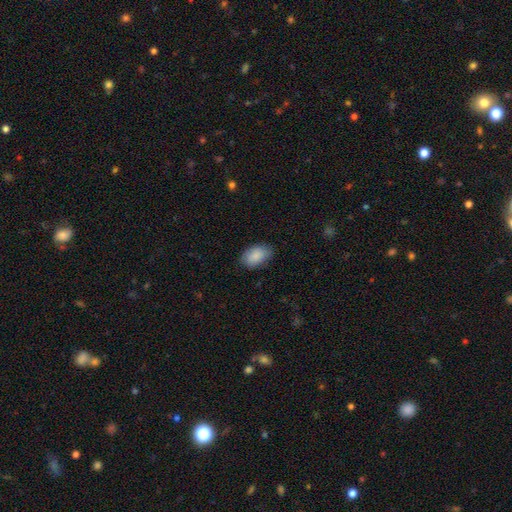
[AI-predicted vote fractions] Smooth or featured?
  - smooth: 89% *
  - star or artifact: 6%
  - featured or disk: 5%
How rounded?
  - in between: 92% *
  - round: 6%
  - cigar-shaped: 1%
Merging?
  - none: 81% *
  - minor disturbance: 15%
  - major disturbance: 3%
  - merger: 1%